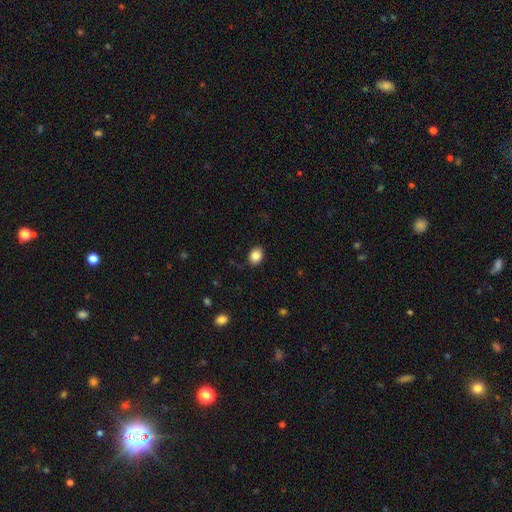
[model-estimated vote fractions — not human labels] Smooth or featured? Predicted: smooth (p=0.86). How rounded? Predicted: in between (p=0.61). Merging? Predicted: none (p=0.87).